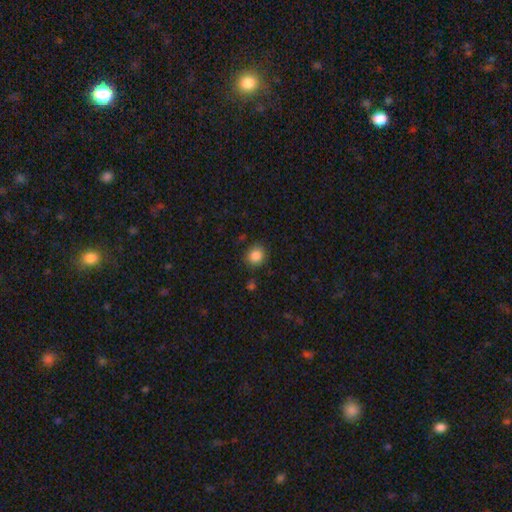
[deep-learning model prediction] This is clearly a smooth galaxy (86%). How rounded: clearly round (81%). Merging: clearly none (84%).